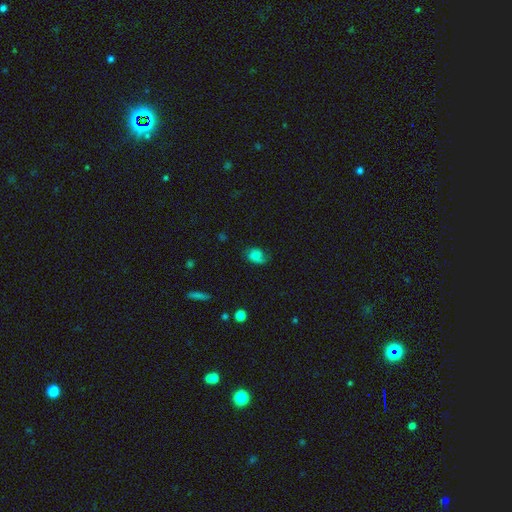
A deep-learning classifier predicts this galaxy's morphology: type=smooth (75%); roundness=in between (68%); merging=none (49%).